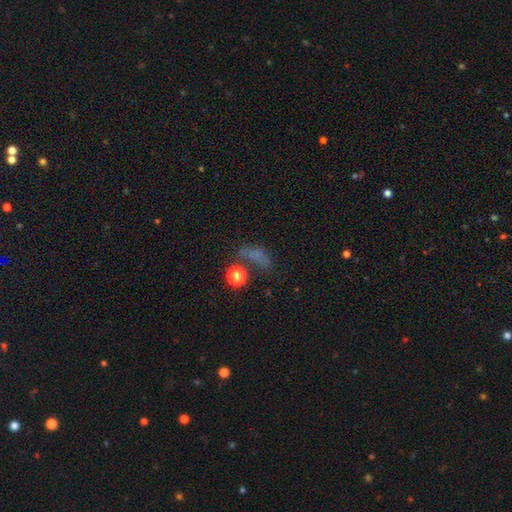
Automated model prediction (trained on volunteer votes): A smooth galaxy with no disk features (53%) that is in between round and cigar-shaped (61%).

Vote fractions:
- Smooth or featured? smooth: 53% / star or artifact: 33% / featured or disk: 14%
- How rounded? in between: 61% / round: 30% / cigar-shaped: 10%
- Merging? none: 42% / major disturbance: 26% / minor disturbance: 18% / merger: 13%